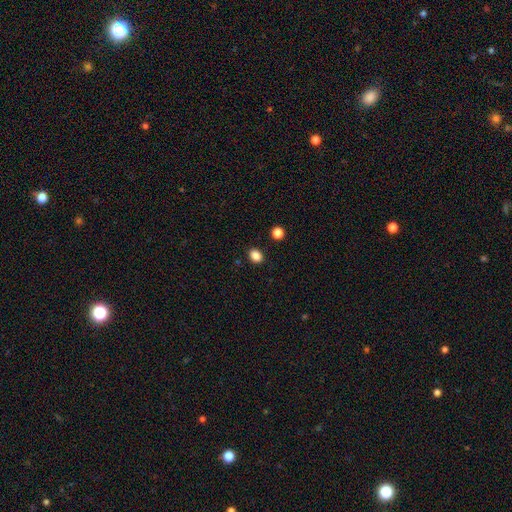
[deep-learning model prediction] Q: Smooth or featured?
A: smooth (86%); runner-up: star or artifact (11%)
Q: How rounded?
A: in between (58%); runner-up: round (41%)
Q: Merging?
A: none (89%); runner-up: minor disturbance (7%)